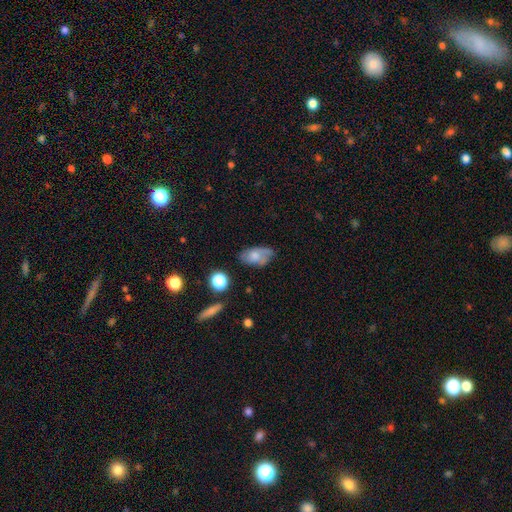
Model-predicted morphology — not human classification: This is likely a smooth galaxy (65%). How rounded: clearly in between (91%). Merging: possibly none (59%).